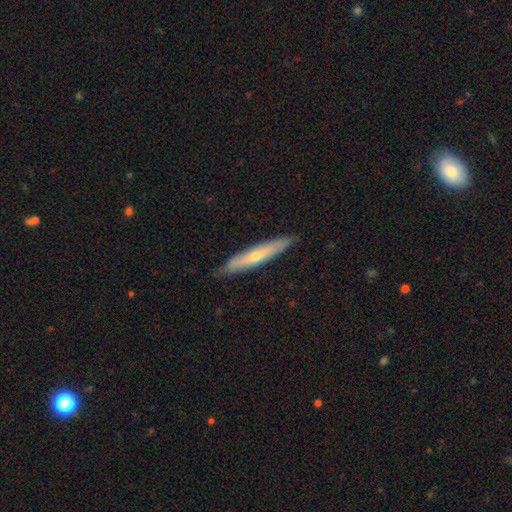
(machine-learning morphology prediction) smooth_or_featured: featured or disk (p=0.49) [alt: smooth p=0.45]
merging: none (p=0.87) [alt: minor disturbance p=0.11]